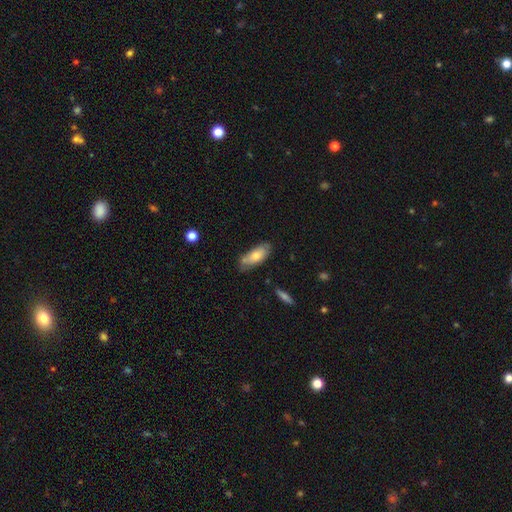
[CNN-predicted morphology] Smooth or featured?
  - smooth: 73% *
  - featured or disk: 21%
  - star or artifact: 7%
How rounded?
  - in between: 76% *
  - cigar-shaped: 22%
  - round: 2%
Merging?
  - none: 66% *
  - minor disturbance: 23%
  - merger: 7%
  - major disturbance: 4%